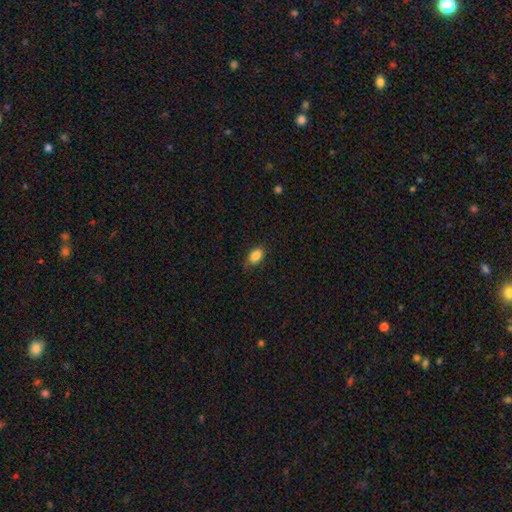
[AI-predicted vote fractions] smooth-or-featured: smooth: 86% | star or artifact: 9% | featured or disk: 5%
  how-rounded: in between: 81% | round: 18% | cigar-shaped: 2%
  merging: none: 74% | minor disturbance: 21% | major disturbance: 4% | merger: 1%